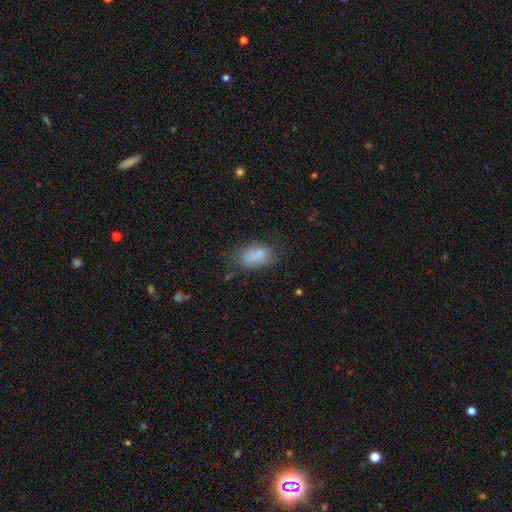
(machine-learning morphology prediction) Q: Smooth or featured?
A: smooth (81%); runner-up: featured or disk (10%)
Q: How rounded?
A: in between (90%); runner-up: round (7%)
Q: Merging?
A: none (63%); runner-up: minor disturbance (23%)